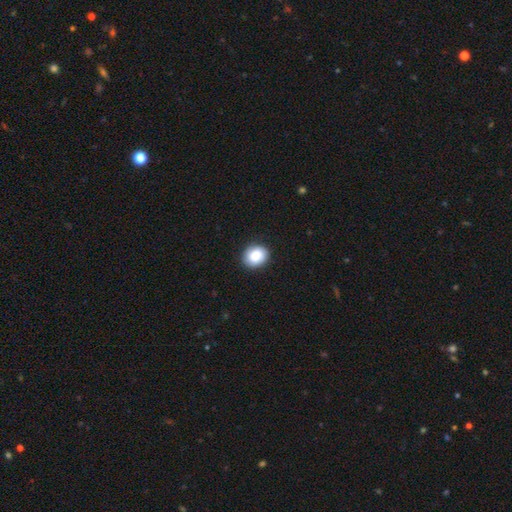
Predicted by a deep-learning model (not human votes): A smooth galaxy with no disk features (84%) that is round (61%).

Vote fractions:
- Smooth or featured? smooth: 84% / featured or disk: 8% / star or artifact: 8%
- How rounded? round: 61% / in between: 38% / cigar-shaped: 1%
- Merging? none: 87% / minor disturbance: 10% / major disturbance: 2% / merger: 1%